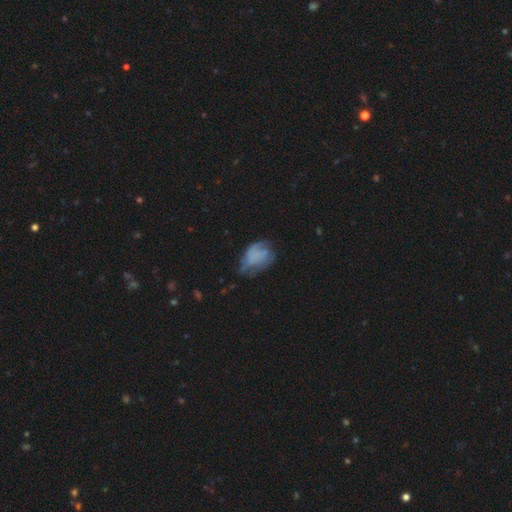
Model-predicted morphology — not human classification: This appears to be a smooth galaxy with no disk features (49%). Merging: minor disturbance (33%).